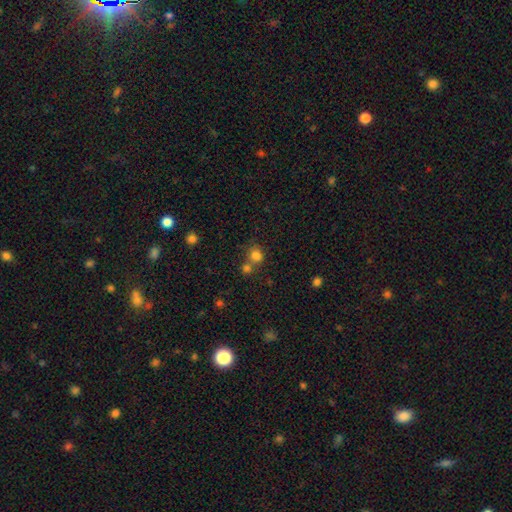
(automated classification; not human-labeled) Smooth or featured? smooth (80%)
How rounded? round (73%)
Merging? none (48%)